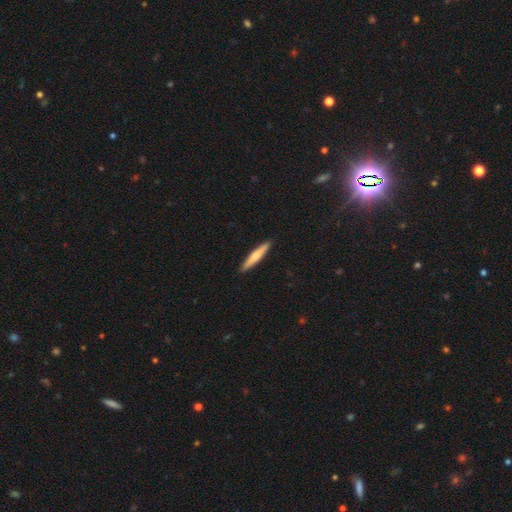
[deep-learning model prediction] Smooth or featured?
  - smooth: 64% *
  - featured or disk: 31%
  - star or artifact: 5%
How rounded?
  - cigar-shaped: 93% *
  - in between: 6%
  - round: 1%
Merging?
  - none: 92% *
  - minor disturbance: 6%
  - major disturbance: 1%
  - merger: 1%